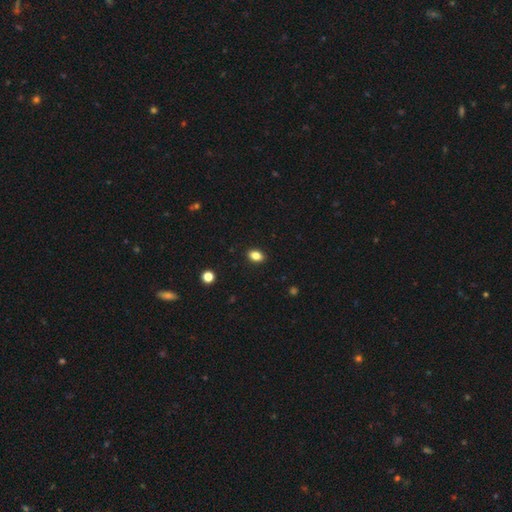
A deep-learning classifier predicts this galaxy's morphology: Smooth or featured?
  - smooth: 84% *
  - star or artifact: 11%
  - featured or disk: 6%
How rounded?
  - in between: 79% *
  - round: 19%
  - cigar-shaped: 2%
Merging?
  - none: 90% *
  - minor disturbance: 8%
  - major disturbance: 2%
  - merger: 1%